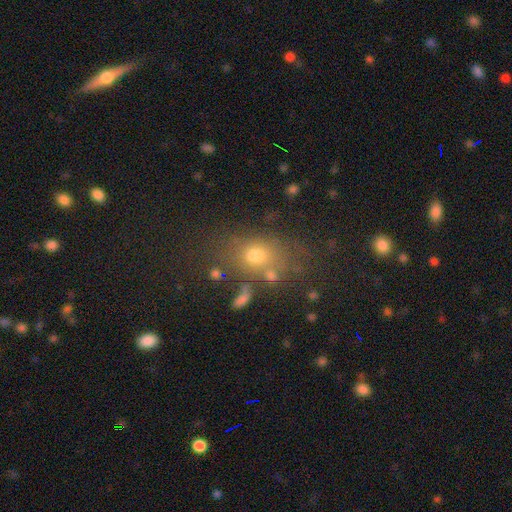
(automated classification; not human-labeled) Morphology: type=smooth (67%); roundness=in between (68%); merging=none (60%).